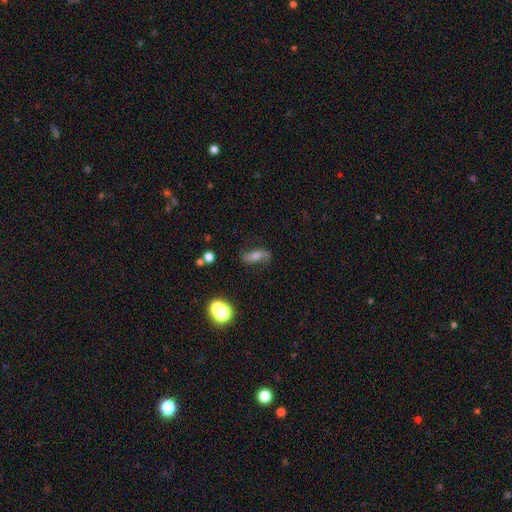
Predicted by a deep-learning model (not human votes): The model was most divided on "smooth or featured": smooth: 49%, featured or disk: 38%, star or artifact: 13%. More confident: merging — none (75%).